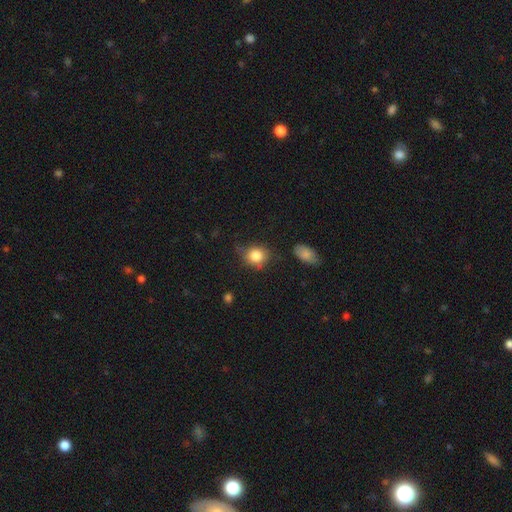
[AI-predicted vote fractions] A smooth galaxy with no disk features (84%) that is round (73%). Merging: none (70%).